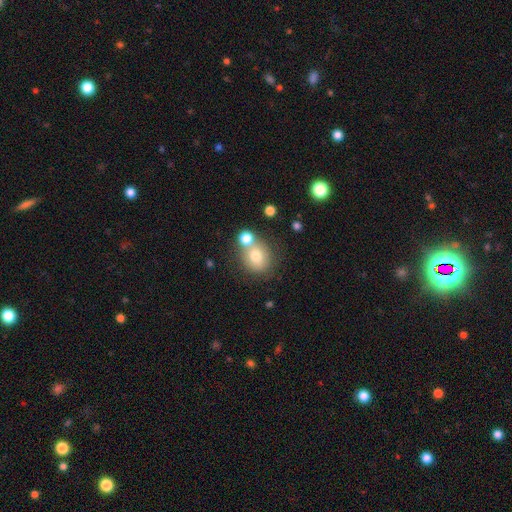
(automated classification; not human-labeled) Smooth or featured?
  - smooth: 73% *
  - featured or disk: 15%
  - star or artifact: 11%
How rounded?
  - round: 75% *
  - in between: 24%
  - cigar-shaped: 1%
Merging?
  - none: 53% *
  - merger: 31%
  - minor disturbance: 12%
  - major disturbance: 5%